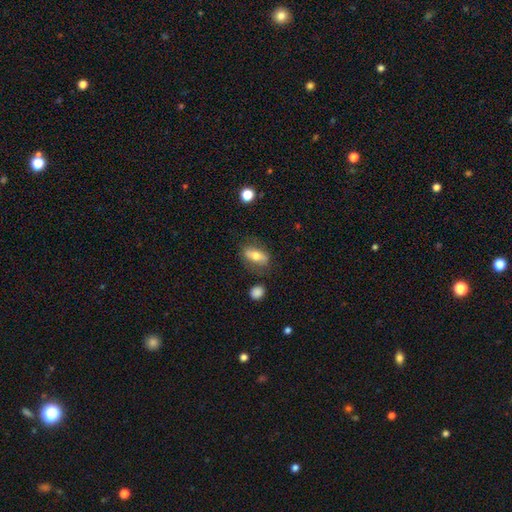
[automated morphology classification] Smooth or featured? Predicted: smooth (p=0.56). How rounded? Predicted: in between (p=0.77). Merging? Predicted: none (p=0.72).